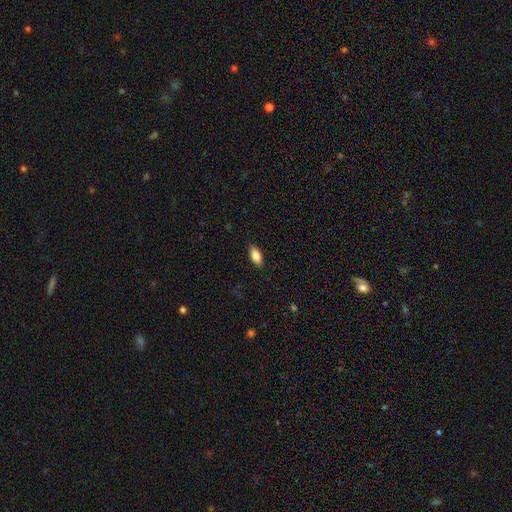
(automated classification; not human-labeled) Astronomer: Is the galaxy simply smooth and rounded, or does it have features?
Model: smooth — 83%.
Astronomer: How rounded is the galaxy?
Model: in between — 87%.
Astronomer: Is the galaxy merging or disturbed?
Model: none — 87%.